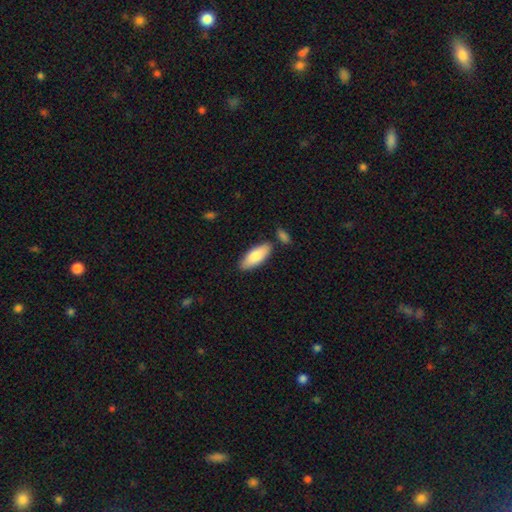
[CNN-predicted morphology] This is clearly a smooth galaxy (82%). How rounded: likely in between (79%). Merging: likely none (79%).